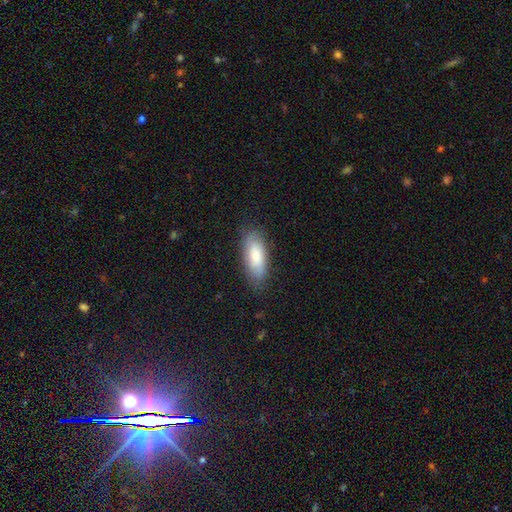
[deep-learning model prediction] smooth 72%, featured or disk 21%, star or artifact 7%. Down the decision tree: how rounded — in between (79%); merging — none (79%).